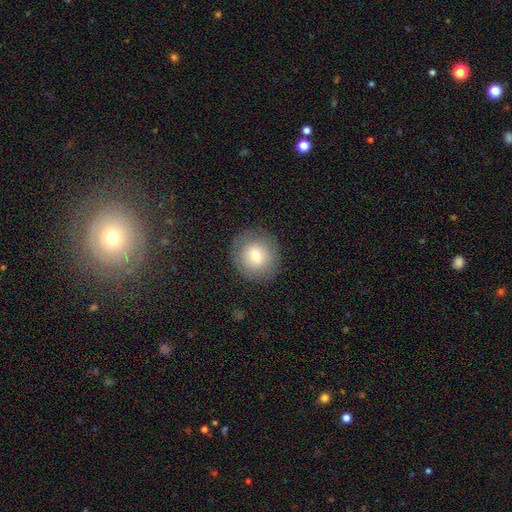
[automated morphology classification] A smooth galaxy with no disk features (74%) that is round (90%).

Vote fractions:
- Smooth or featured? smooth: 74% / featured or disk: 16% / star or artifact: 10%
- How rounded? round: 90% / in between: 9% / cigar-shaped: 1%
- Merging? none: 86% / minor disturbance: 9% / major disturbance: 4% / merger: 1%